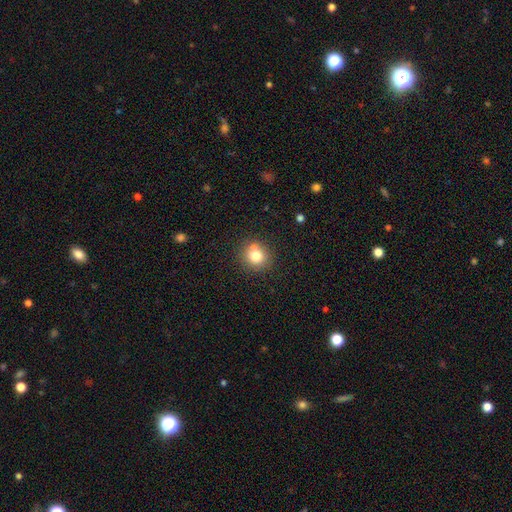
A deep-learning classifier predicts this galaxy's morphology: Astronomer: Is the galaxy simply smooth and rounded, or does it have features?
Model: smooth — 78%.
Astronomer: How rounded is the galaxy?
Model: round — 85%.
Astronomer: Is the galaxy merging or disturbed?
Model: none — 75%.